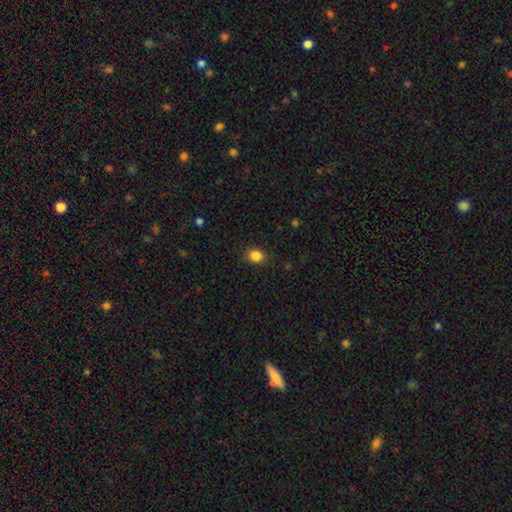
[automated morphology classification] This is clearly a smooth galaxy (85%). How rounded: likely round (63%). Merging: clearly none (85%).